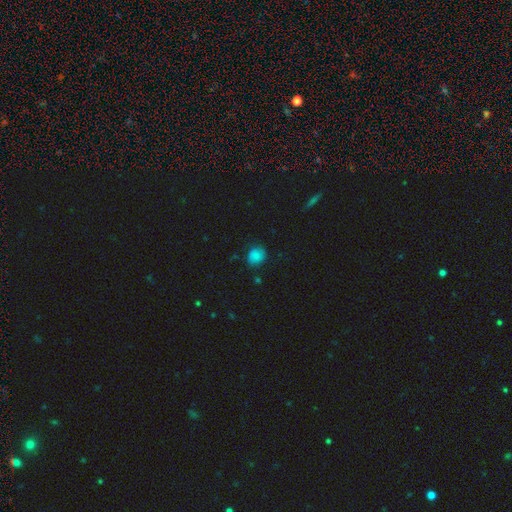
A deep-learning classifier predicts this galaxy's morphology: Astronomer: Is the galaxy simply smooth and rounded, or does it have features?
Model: smooth — 76%.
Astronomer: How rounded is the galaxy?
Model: round — 71%.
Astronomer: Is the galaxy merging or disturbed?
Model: none — 75%.